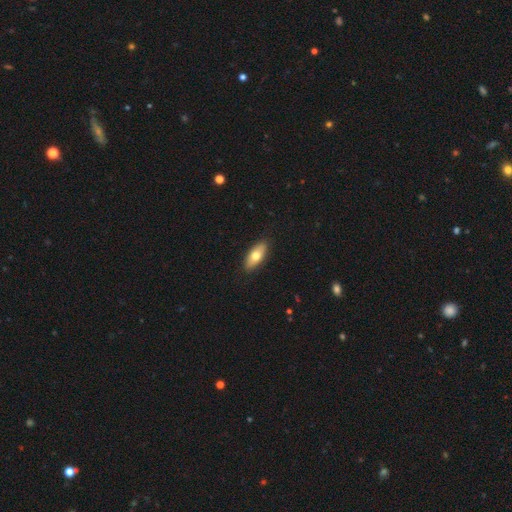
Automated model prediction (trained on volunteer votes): Morphology: type=smooth (72%); roundness=in between (82%); merging=none (89%).